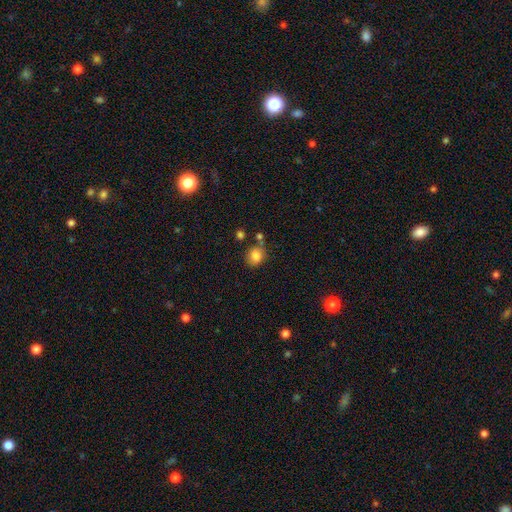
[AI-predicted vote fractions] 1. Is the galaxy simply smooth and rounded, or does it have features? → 84% smooth, 10% star or artifact, 5% featured or disk.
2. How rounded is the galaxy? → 72% round, 27% in between, 1% cigar-shaped.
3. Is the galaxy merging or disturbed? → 75% none, 13% minor disturbance, 9% merger, 4% major disturbance.